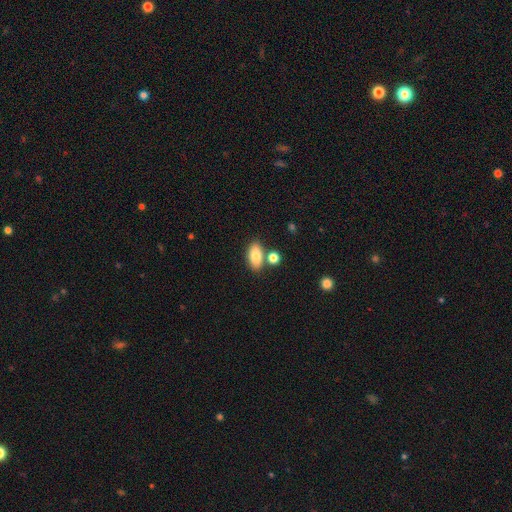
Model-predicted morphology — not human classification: Smooth or featured? Predicted: smooth (p=0.81). How rounded? Predicted: in between (p=0.89). Merging? Predicted: none (p=0.72).